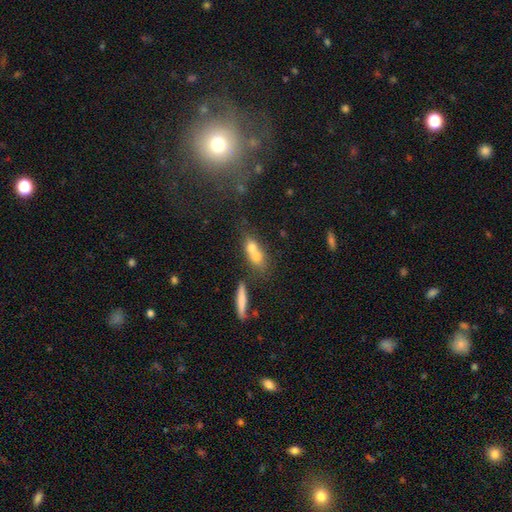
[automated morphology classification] A smooth galaxy with no disk features (65%) that is in between round and cigar-shaped (47%). Merging: merger (63%).